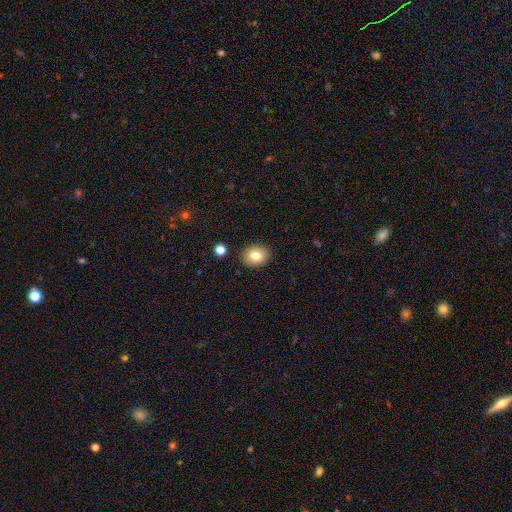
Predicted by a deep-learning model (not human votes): This appears to be a smooth galaxy with no disk features (79%) that is round (52%). Merging: none (88%).